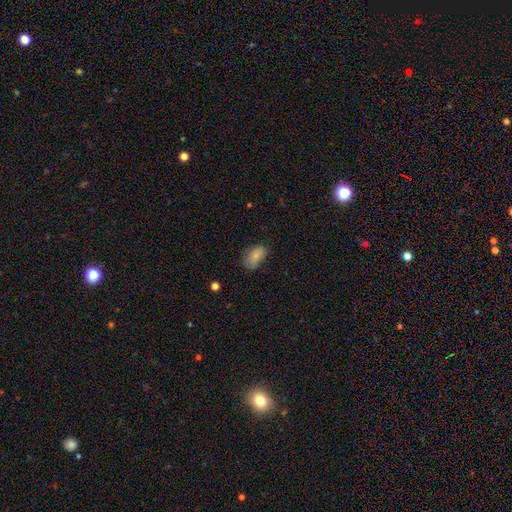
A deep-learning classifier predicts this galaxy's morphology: The model was most divided on "merging": none: 61%, minor disturbance: 29%, major disturbance: 8%, merger: 1%. More confident: how rounded — in between (90%); smooth or featured — smooth (77%).